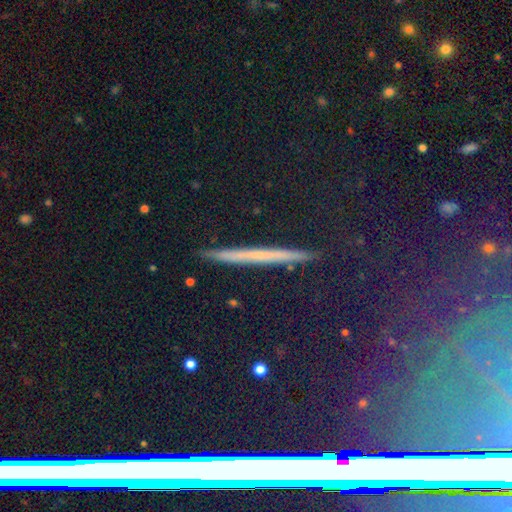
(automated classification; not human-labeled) Smooth or featured: featured or disk — 41% (smooth — 34%)
Merging: none — 91% (minor disturbance — 6%)